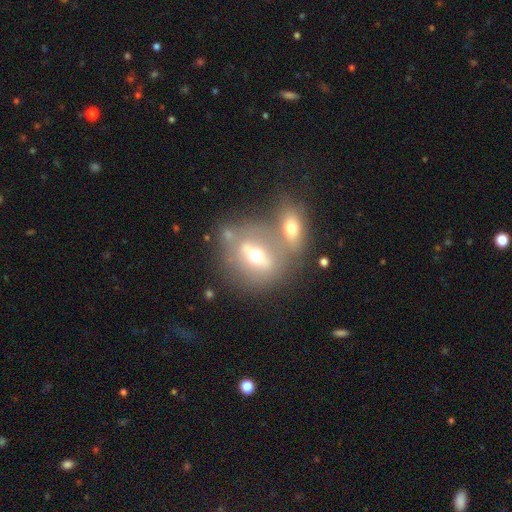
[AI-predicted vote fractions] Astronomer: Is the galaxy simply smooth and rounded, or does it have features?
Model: featured or disk — 47% (runner-up: smooth, 43%).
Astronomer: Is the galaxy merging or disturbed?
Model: merger — 45% (runner-up: none, 40%).